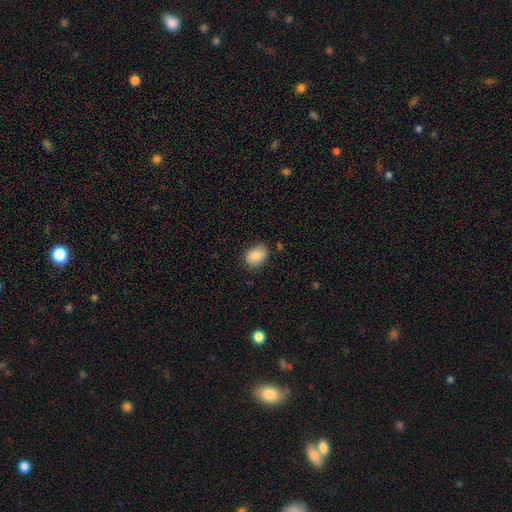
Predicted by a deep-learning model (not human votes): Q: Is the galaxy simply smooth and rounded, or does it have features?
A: smooth — 86%.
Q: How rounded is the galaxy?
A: in between — 73%.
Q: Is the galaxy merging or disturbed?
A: none — 78%.